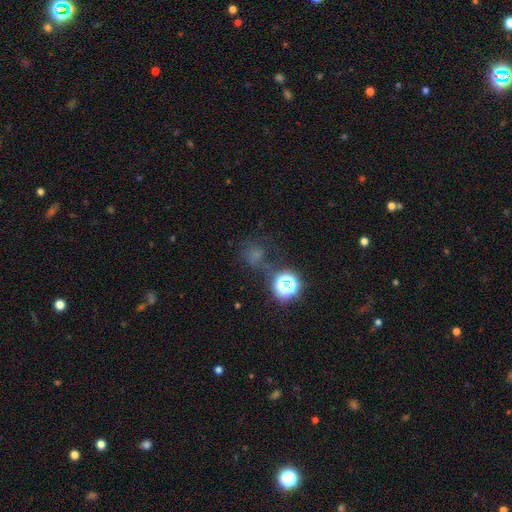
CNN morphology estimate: This is possibly a smooth galaxy (49%). Merging: possibly none (57%).